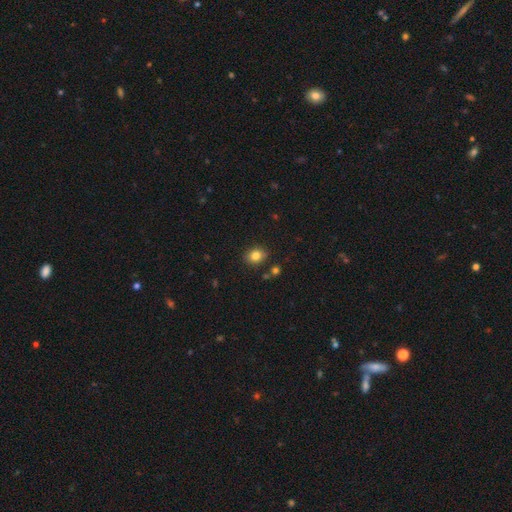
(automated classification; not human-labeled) This appears to be a smooth galaxy with no disk features (82%) that is round (53%). Merging: none (84%).